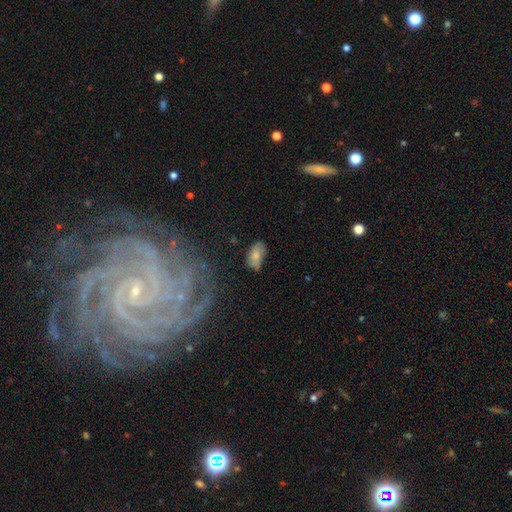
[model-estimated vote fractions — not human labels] This appears to be a smooth galaxy with no disk features (69%) that is in between round and cigar-shaped (91%). Merging: none (60%).